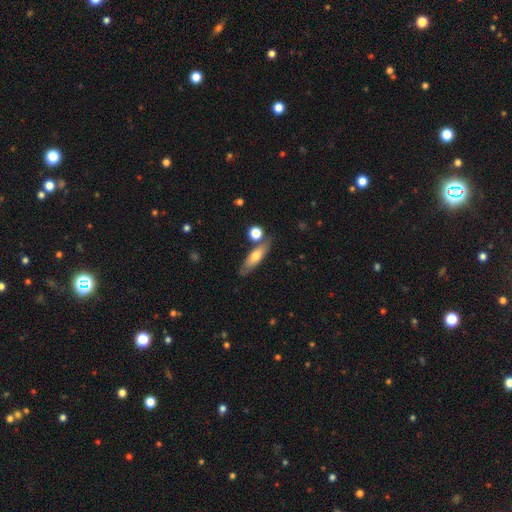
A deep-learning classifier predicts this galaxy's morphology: Smooth or featured? Predicted: smooth (p=0.59). How rounded? Predicted: cigar-shaped (p=0.56). Merging? Predicted: none (p=0.73).